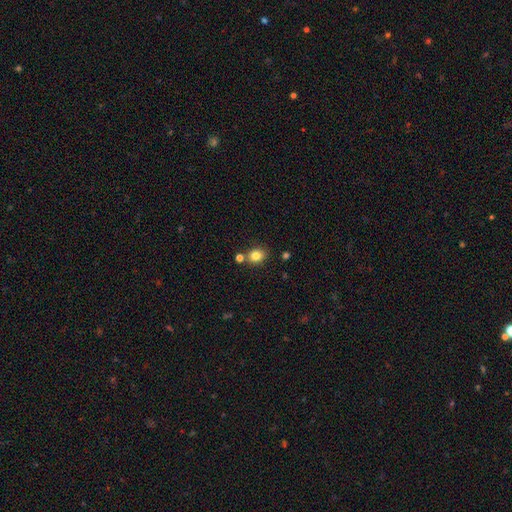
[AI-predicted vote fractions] This is clearly a smooth galaxy (82%). How rounded: possibly round (54%). Merging: likely none (73%).